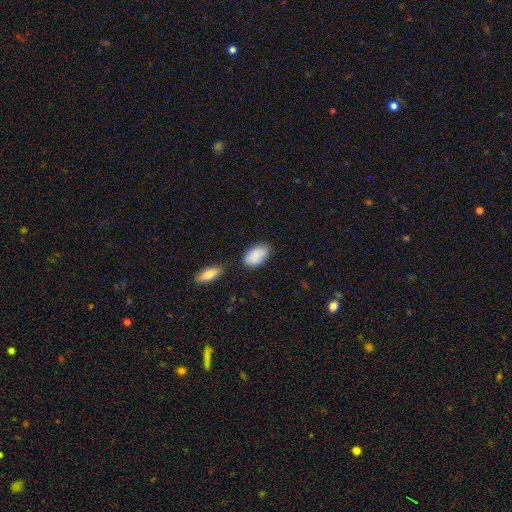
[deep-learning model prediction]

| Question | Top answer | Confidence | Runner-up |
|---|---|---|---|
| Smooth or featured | smooth | 87% | featured or disk (7%) |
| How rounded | in between | 94% | round (4%) |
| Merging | none | 71% | minor disturbance (17%) |